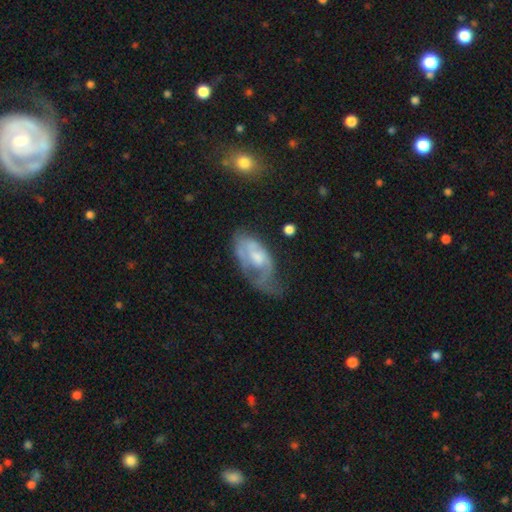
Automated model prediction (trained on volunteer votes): smooth_or_featured: featured or disk (p=0.65) [alt: smooth p=0.29]
disk_edge_on: no (p=0.94) [alt: yes p=0.06]
bar: no (p=0.63) [alt: weak p=0.31]
has_spiral_arms: yes (p=0.74) [alt: no p=0.26]
bulge_size: moderate (p=0.47) [alt: small p=0.29]
merging: none (p=0.34) [alt: major disturbance p=0.32]